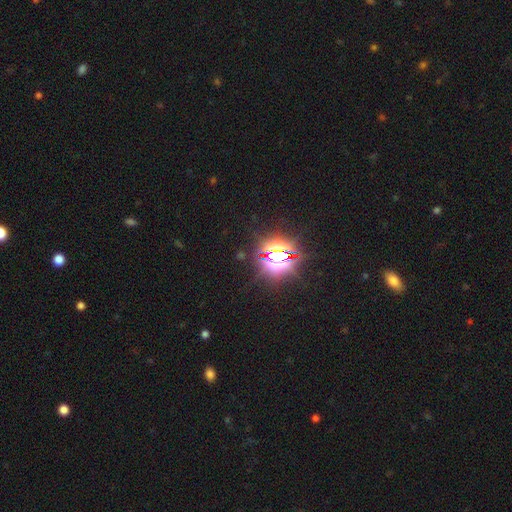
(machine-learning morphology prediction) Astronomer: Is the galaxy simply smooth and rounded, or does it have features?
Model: star or artifact — 85%.